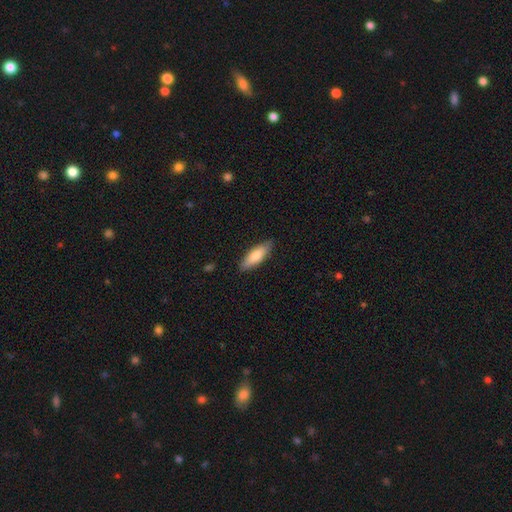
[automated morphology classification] This is clearly a smooth galaxy (80%). How rounded: possibly in between (56%). Merging: clearly none (86%).